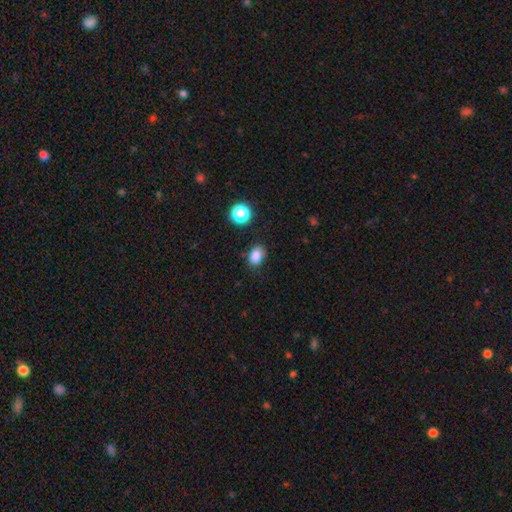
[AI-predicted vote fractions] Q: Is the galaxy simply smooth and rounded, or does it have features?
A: smooth — 84%.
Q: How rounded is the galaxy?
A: in between — 70%.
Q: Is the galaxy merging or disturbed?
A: none — 79%.